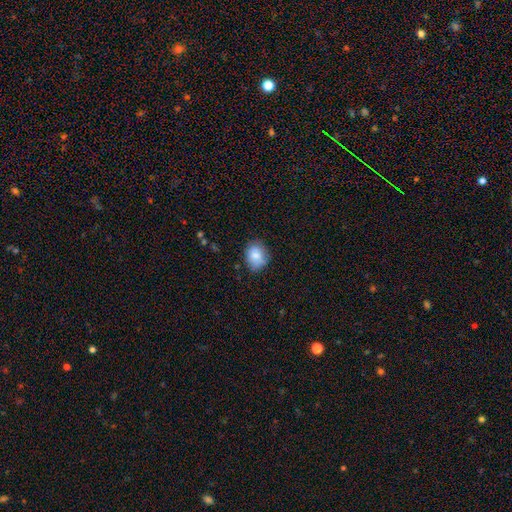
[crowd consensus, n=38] Smooth or featured?
  - smooth: 74% *
  - featured or disk: 21%
  - star or artifact: 5%
How rounded?
  - in between: 54% *
  - round: 46%
  - cigar-shaped: 0%
Merging?
  - none: 58% *
  - minor disturbance: 33%
  - major disturbance: 6%
  - merger: 3%